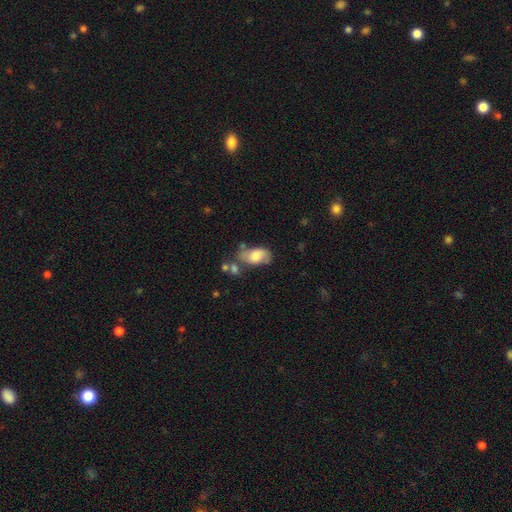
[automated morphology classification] type=smooth (63%); roundness=in between (90%); merging=none (41%).